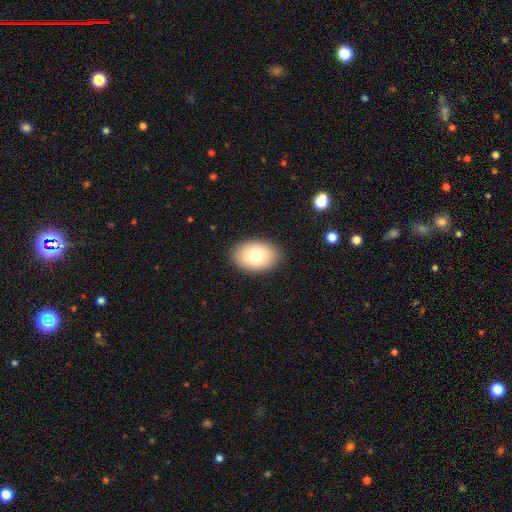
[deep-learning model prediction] Overall: smooth (77%). How rounded: in between (84%). Merging: none (88%).